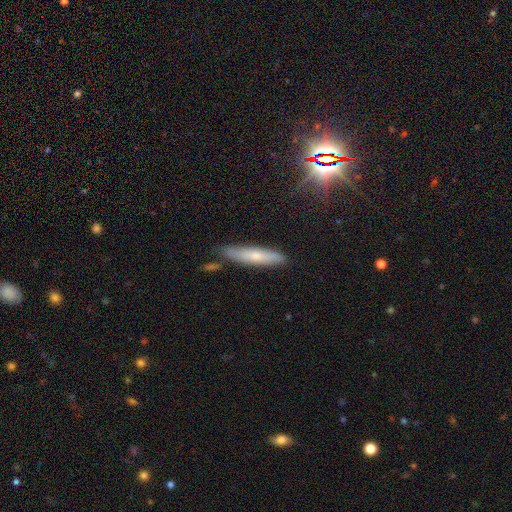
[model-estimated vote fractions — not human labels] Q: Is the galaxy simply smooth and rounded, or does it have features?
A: smooth — 63%.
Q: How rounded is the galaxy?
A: cigar-shaped — 85%.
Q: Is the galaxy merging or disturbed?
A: none — 77%.